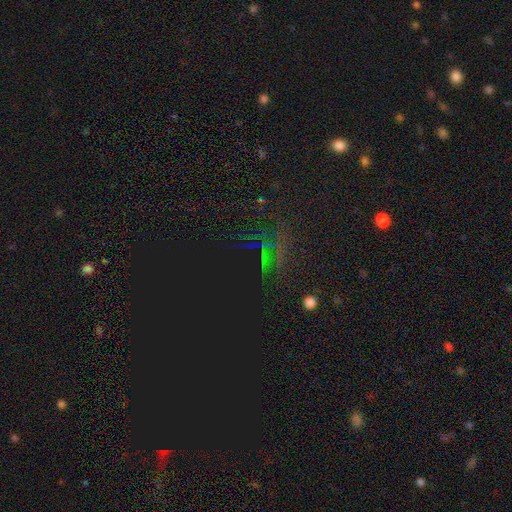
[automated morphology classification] smooth-or-featured: star or artifact: 81% | smooth: 11% | featured or disk: 8%